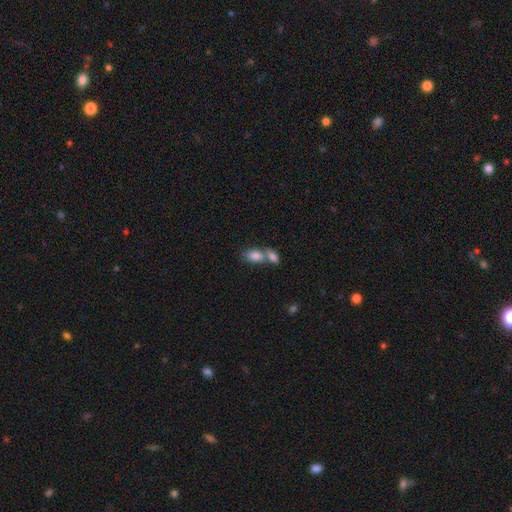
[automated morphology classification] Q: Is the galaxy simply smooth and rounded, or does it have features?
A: smooth — 83%.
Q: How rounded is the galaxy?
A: in between — 87%.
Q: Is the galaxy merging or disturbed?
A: merger — 64%.